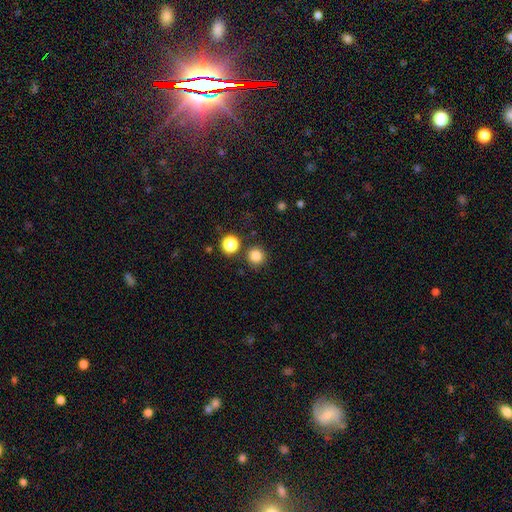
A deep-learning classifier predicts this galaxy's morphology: smooth-or-featured: smooth: 84% | star or artifact: 12% | featured or disk: 4%
  how-rounded: round: 94% | in between: 5% | cigar-shaped: 1%
  merging: none: 86% | minor disturbance: 7% | merger: 5% | major disturbance: 2%